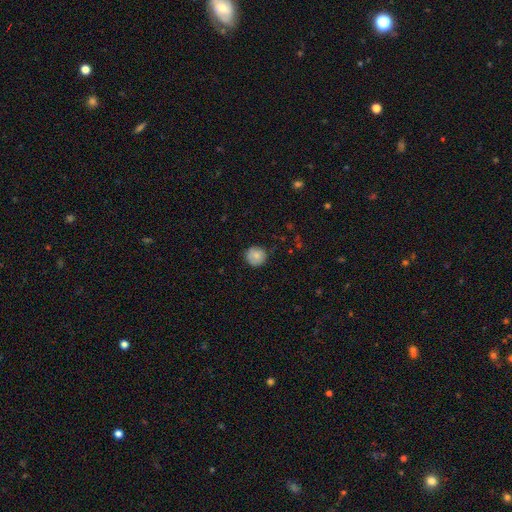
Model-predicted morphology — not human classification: Q: Smooth or featured?
A: smooth (80%); runner-up: featured or disk (13%)
Q: How rounded?
A: round (93%); runner-up: in between (6%)
Q: Merging?
A: none (83%); runner-up: minor disturbance (13%)